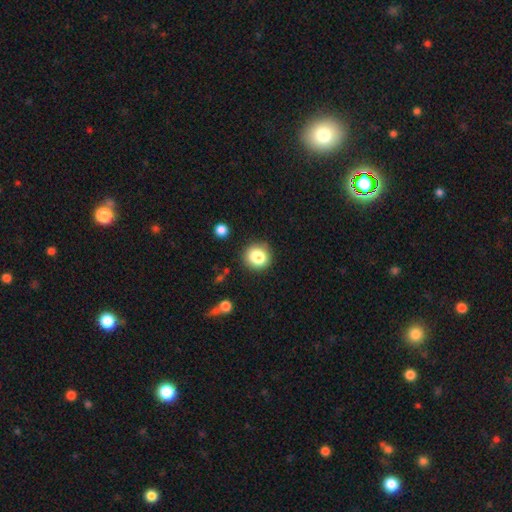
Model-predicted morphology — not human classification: This appears to be a smooth galaxy with no disk features (82%) that is round (86%). Merging: none (86%).